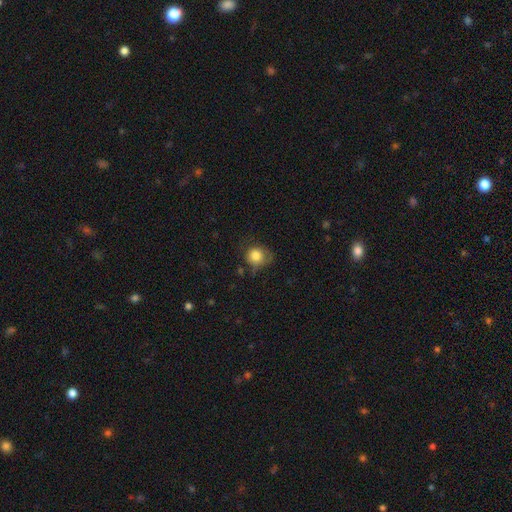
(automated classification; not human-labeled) Overall: smooth (81%). How rounded: round (79%). Merging: none (50%; minor disturbance 32%).